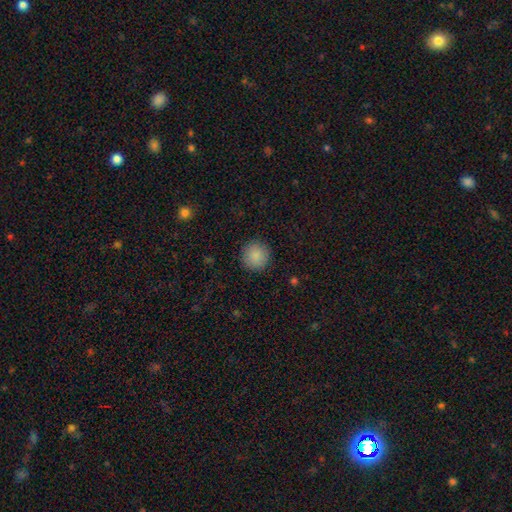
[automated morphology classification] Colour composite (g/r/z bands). It shows a smooth galaxy with no disk features (87%) that is round (93%). Merging: none (90%).